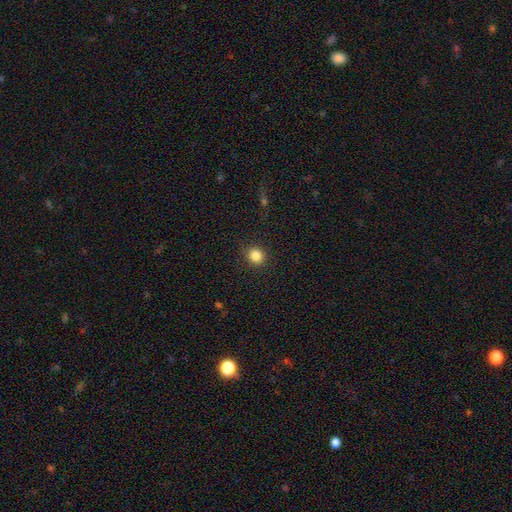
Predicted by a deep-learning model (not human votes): smooth 85%, star or artifact 11%, featured or disk 4%. Down the decision tree: how rounded — round (86%); merging — none (89%).